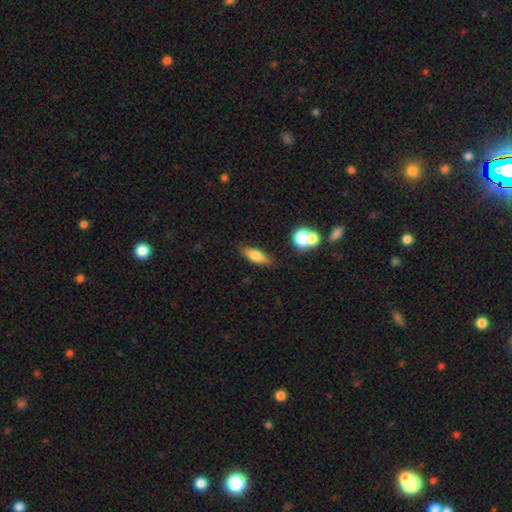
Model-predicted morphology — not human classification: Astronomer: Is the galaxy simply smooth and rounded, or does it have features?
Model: smooth — 66%.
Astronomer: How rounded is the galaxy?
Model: in between — 58% (runner-up: cigar-shaped, 38%).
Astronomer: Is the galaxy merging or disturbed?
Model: none — 81%.